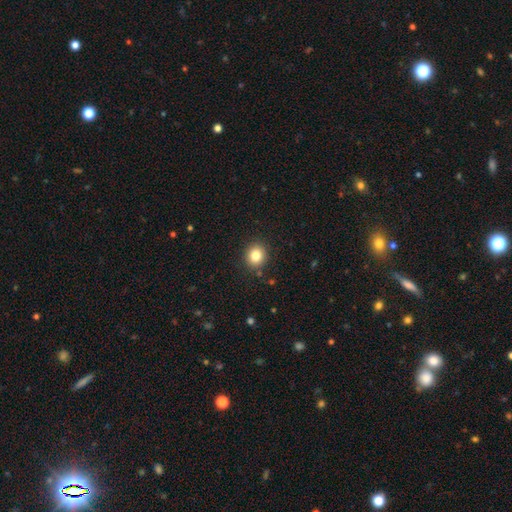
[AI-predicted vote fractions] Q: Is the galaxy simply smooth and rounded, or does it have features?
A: smooth — 83%.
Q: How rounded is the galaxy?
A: round — 78%.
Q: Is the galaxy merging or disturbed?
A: none — 89%.